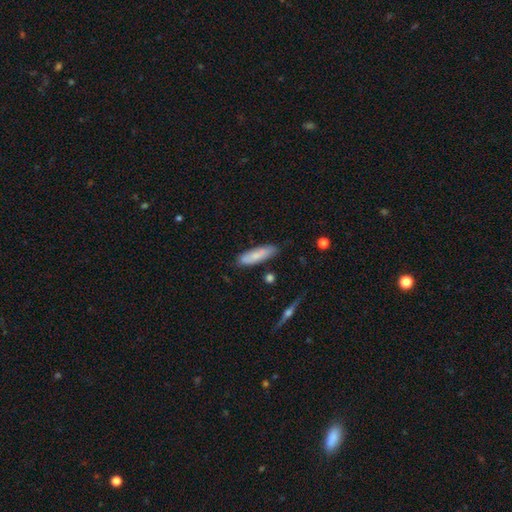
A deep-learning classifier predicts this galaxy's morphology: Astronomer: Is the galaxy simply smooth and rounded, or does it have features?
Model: smooth — 75%.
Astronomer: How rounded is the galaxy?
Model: cigar-shaped — 57% (runner-up: in between, 41%).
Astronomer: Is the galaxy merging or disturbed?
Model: none — 82%.